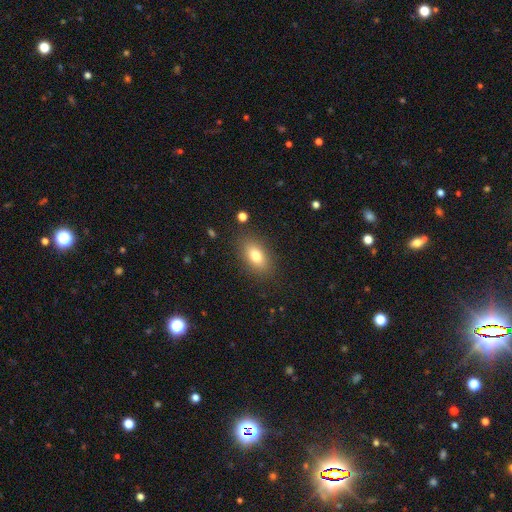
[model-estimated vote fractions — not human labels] Overall: smooth (78%). How rounded: in between (85%). Merging: none (85%).